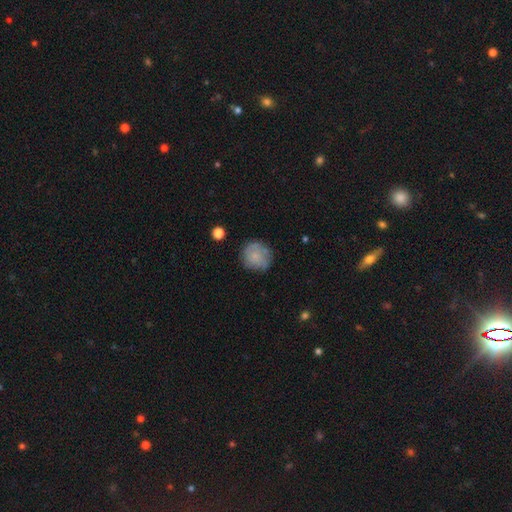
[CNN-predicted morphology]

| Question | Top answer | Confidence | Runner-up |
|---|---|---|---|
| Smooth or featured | smooth | 64% | featured or disk (27%) |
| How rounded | round | 88% | in between (11%) |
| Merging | none | 70% | minor disturbance (20%) |